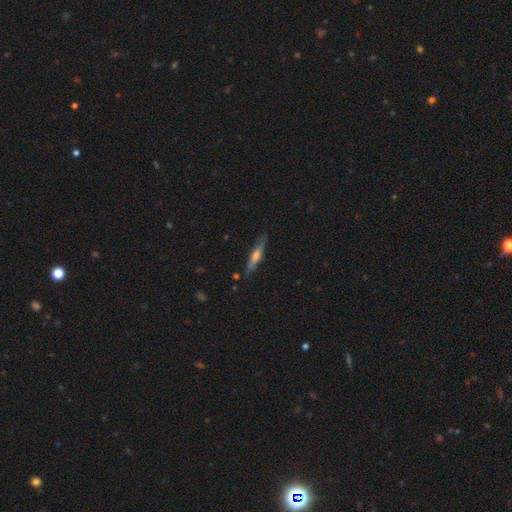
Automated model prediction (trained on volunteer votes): Smooth or featured? Predicted: featured or disk (p=0.51). Edge-on disk? Predicted: yes (p=0.92). Merging? Predicted: none (p=0.84).